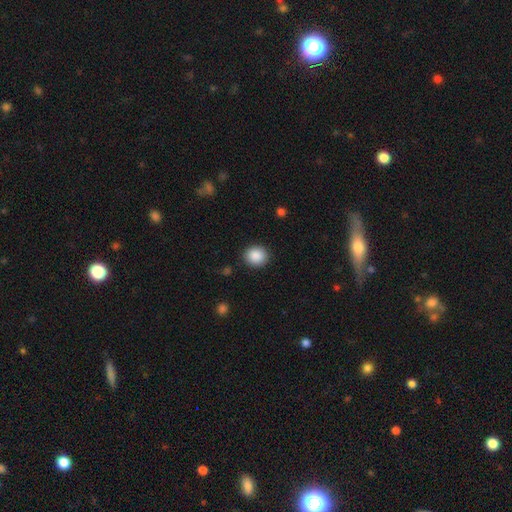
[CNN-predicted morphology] A smooth galaxy with no disk features (88%) that is round (82%). Merging: none (90%).